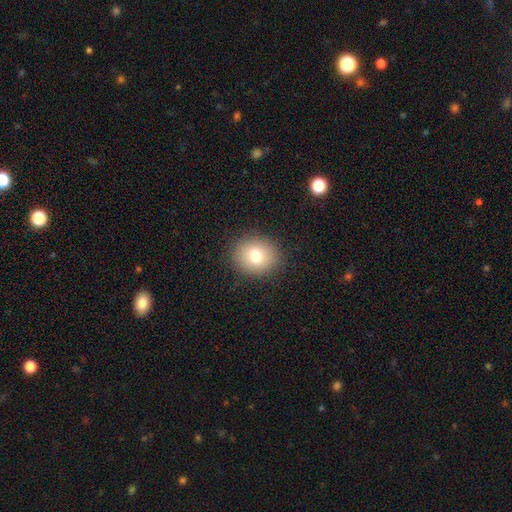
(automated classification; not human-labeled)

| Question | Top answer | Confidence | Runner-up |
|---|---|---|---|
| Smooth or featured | smooth | 75% | featured or disk (13%) |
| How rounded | round | 74% | in between (25%) |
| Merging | none | 89% | minor disturbance (8%) |